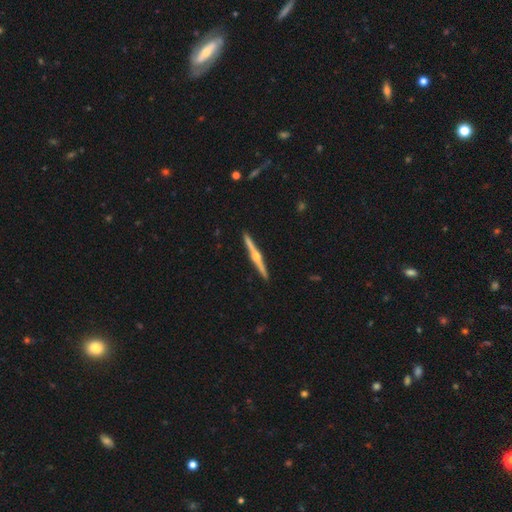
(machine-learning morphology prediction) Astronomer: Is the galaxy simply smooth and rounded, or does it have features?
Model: featured or disk — 80%.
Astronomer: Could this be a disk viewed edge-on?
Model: yes — 99%.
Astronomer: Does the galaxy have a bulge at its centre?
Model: rounded — 92%.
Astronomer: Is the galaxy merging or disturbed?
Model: none — 92%.